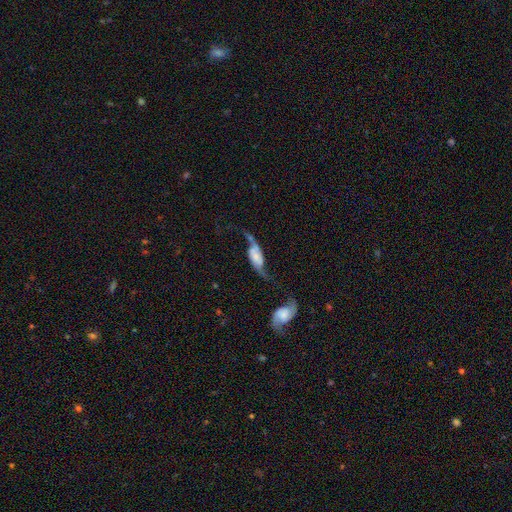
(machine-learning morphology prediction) Q: Smooth or featured?
A: featured or disk (79%); runner-up: smooth (15%)
Q: Edge-on disk?
A: no (85%); runner-up: yes (15%)
Q: Bar?
A: no (48%); runner-up: weak (31%)
Q: Spiral arms?
A: yes (93%); runner-up: no (7%)
Q: Spiral winding?
A: loose (82%); runner-up: medium (13%)
Q: Spiral arm count?
A: 2 (92%); runner-up: 1 (3%)
Q: Bulge size?
A: small (36%); runner-up: none (28%)
Q: Merging?
A: none (44%); runner-up: major disturbance (22%)